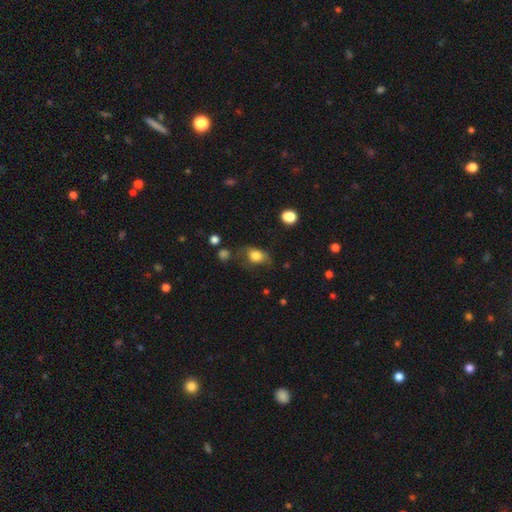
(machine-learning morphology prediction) Q: Smooth or featured?
A: smooth (76%); runner-up: featured or disk (15%)
Q: How rounded?
A: in between (73%); runner-up: round (25%)
Q: Merging?
A: none (48%); runner-up: minor disturbance (30%)